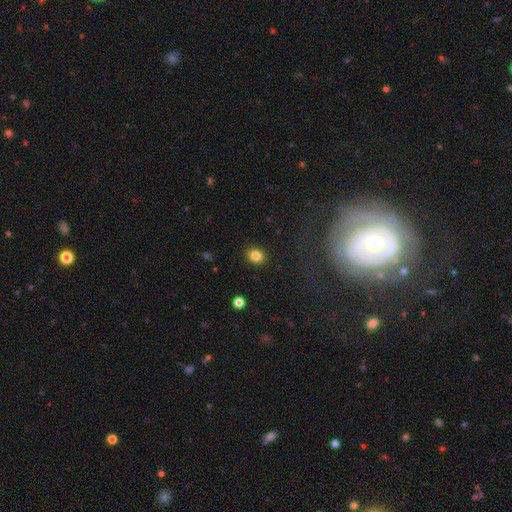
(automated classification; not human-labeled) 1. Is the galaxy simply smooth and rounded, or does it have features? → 84% smooth, 11% star or artifact, 6% featured or disk.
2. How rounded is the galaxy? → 63% round, 36% in between, 1% cigar-shaped.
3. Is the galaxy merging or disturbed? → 90% none, 7% minor disturbance, 2% major disturbance, 1% merger.